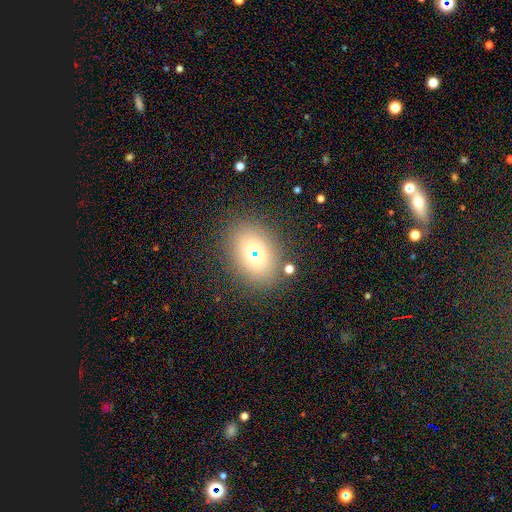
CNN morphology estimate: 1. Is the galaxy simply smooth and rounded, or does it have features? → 67% smooth, 17% star or artifact, 17% featured or disk.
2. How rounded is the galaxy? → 68% in between, 31% round, 2% cigar-shaped.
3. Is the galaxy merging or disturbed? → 78% none, 10% minor disturbance, 7% merger, 4% major disturbance.